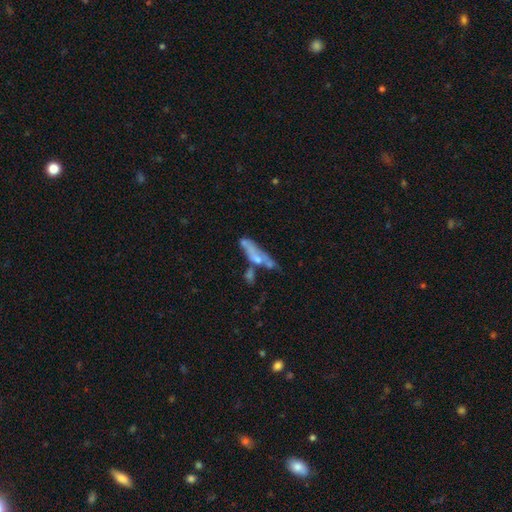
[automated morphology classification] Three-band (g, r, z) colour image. It shows a featured or disk galaxy (46%). Merging: merger (36%).